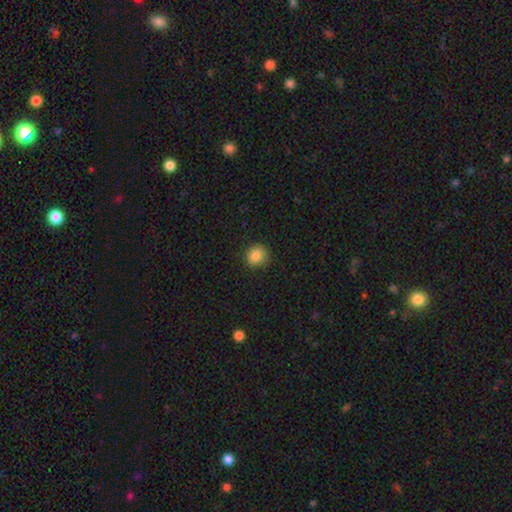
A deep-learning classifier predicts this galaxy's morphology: Smooth or featured? Predicted: smooth (p=0.85). How rounded? Predicted: round (p=0.86). Merging? Predicted: none (p=0.84).